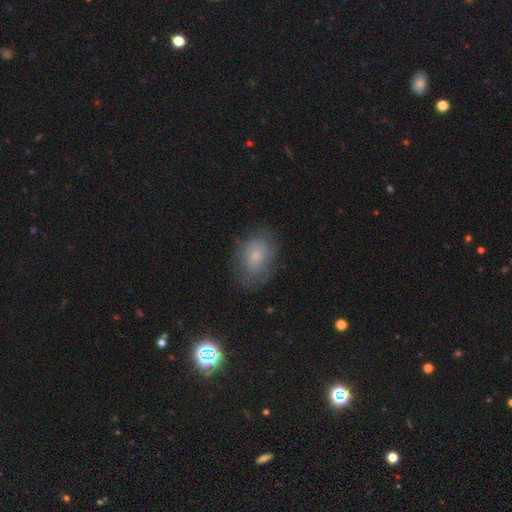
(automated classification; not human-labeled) The model was most divided on "smooth or featured": smooth: 50%, featured or disk: 39%, star or artifact: 11%. More confident: how rounded — in between (74%); merging — none (66%).